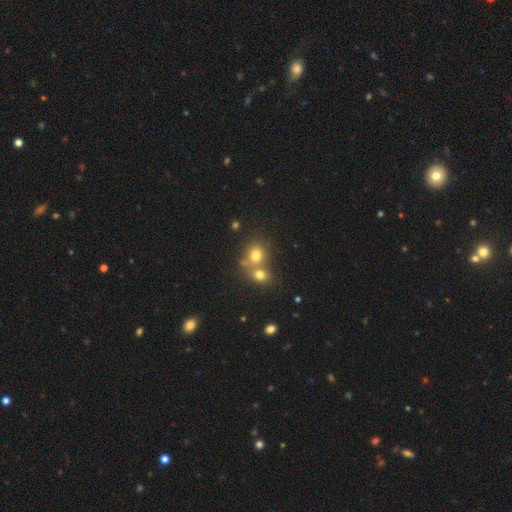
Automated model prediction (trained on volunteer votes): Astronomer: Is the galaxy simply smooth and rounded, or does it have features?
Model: smooth — 74%.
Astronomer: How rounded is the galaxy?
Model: round — 75%.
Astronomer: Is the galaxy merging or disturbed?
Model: merger — 50% (runner-up: none, 39%).